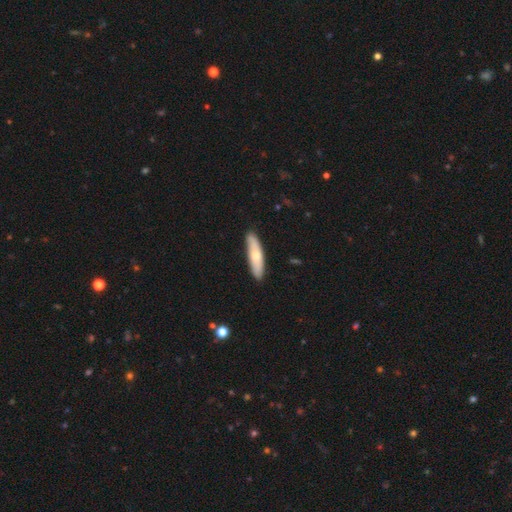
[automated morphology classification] Q: Smooth or featured?
A: smooth (68%); runner-up: featured or disk (27%)
Q: How rounded?
A: cigar-shaped (72%); runner-up: in between (26%)
Q: Merging?
A: none (86%); runner-up: minor disturbance (11%)